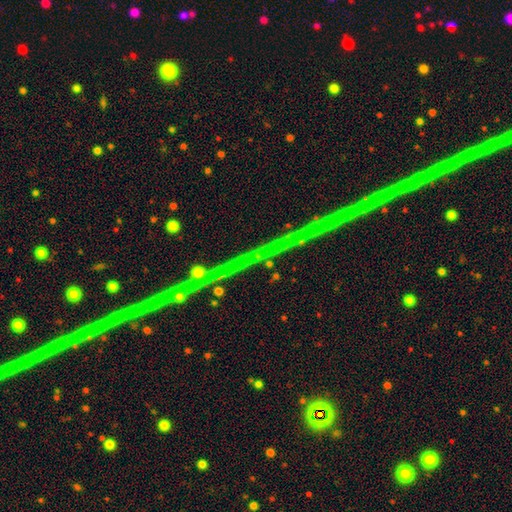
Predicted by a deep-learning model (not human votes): Smooth or featured? Predicted: star or artifact (p=0.70).